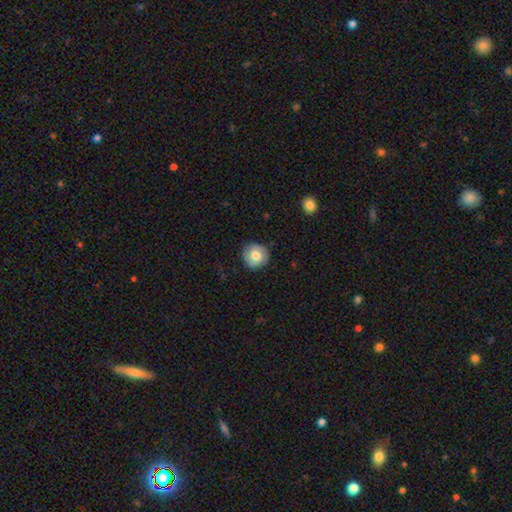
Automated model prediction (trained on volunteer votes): Smooth or featured?
  - smooth: 71% *
  - featured or disk: 21%
  - star or artifact: 8%
How rounded?
  - round: 92% *
  - in between: 8%
  - cigar-shaped: 1%
Merging?
  - none: 82% *
  - minor disturbance: 14%
  - major disturbance: 3%
  - merger: 1%